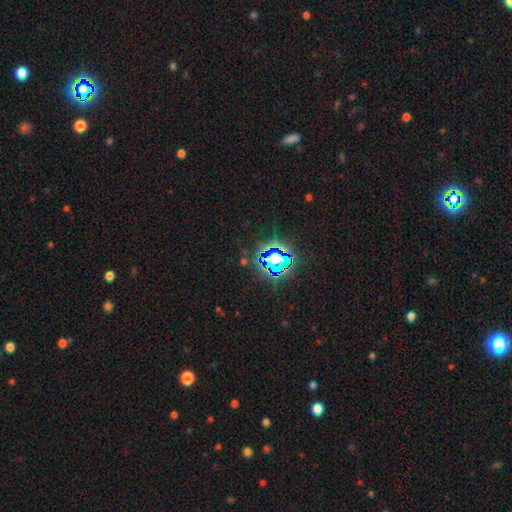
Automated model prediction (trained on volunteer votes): Overall: star or artifact (81%).